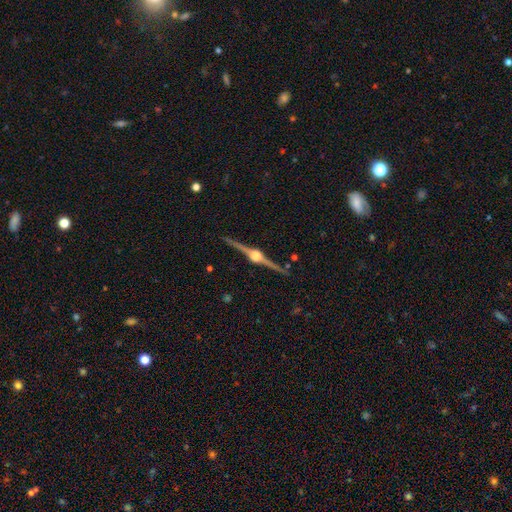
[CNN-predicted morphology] Q: Smooth or featured?
A: featured or disk (91%); runner-up: star or artifact (5%)
Q: Edge-on disk?
A: yes (98%); runner-up: no (2%)
Q: Edge-on bulge?
A: rounded (94%); runner-up: boxy (5%)
Q: Merging?
A: none (91%); runner-up: minor disturbance (6%)